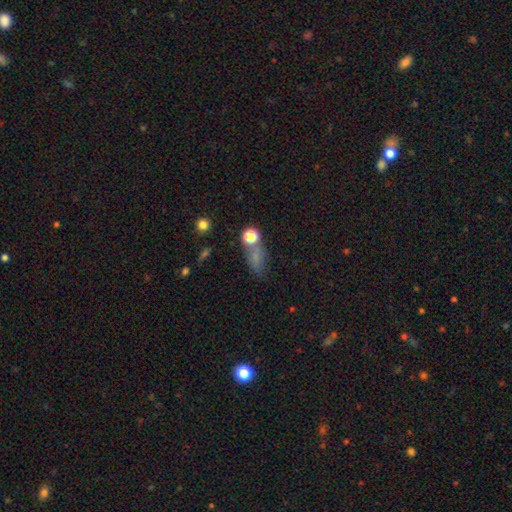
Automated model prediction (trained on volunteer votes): A smooth galaxy with no disk features (64%) that is in between round and cigar-shaped (68%).

Vote fractions:
- Smooth or featured? smooth: 64% / star or artifact: 24% / featured or disk: 12%
- How rounded? in between: 68% / round: 20% / cigar-shaped: 12%
- Merging? none: 57% / minor disturbance: 18% / merger: 16% / major disturbance: 10%